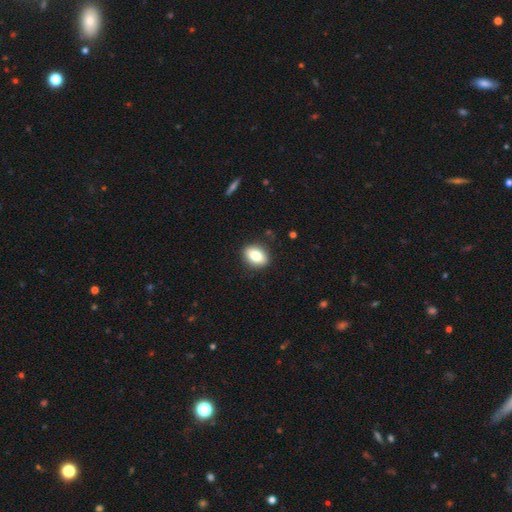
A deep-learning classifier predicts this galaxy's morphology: smooth_or_featured: smooth (p=0.78) [alt: featured or disk p=0.14]
how_rounded: in between (p=0.75) [alt: round p=0.23]
merging: none (p=0.89) [alt: minor disturbance p=0.08]